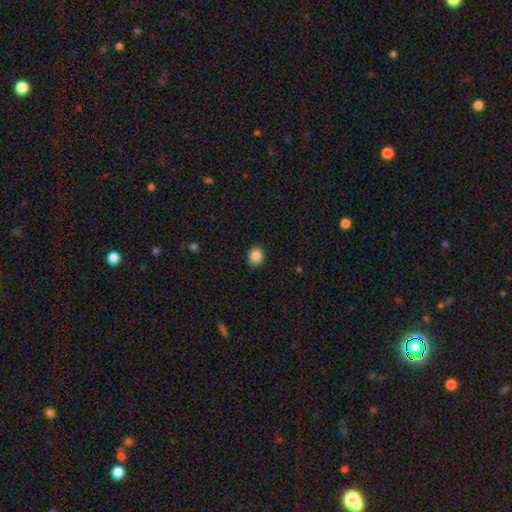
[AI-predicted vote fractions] Morphology: type=smooth (87%); roundness=round (62%); merging=none (90%).